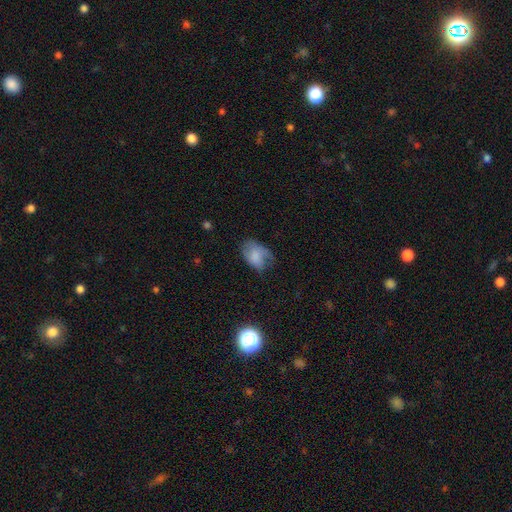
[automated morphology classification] A smooth galaxy with no disk features (71%) that is in between round and cigar-shaped (85%). Merging: none (40%).